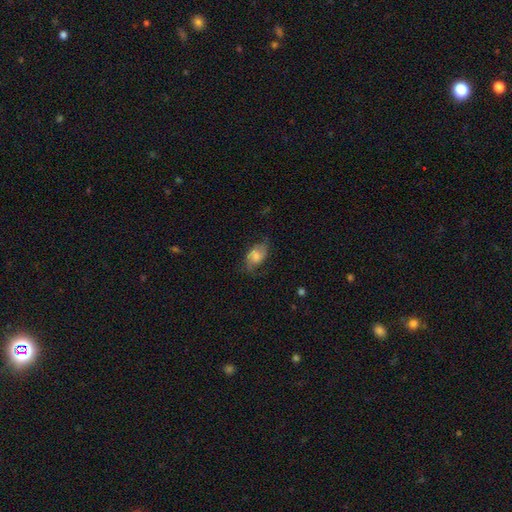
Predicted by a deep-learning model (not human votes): smooth-or-featured: smooth: 56% | featured or disk: 36% | star or artifact: 8%
  how-rounded: in between: 82% | round: 16% | cigar-shaped: 2%
  merging: none: 57% | minor disturbance: 28% | major disturbance: 14% | merger: 1%